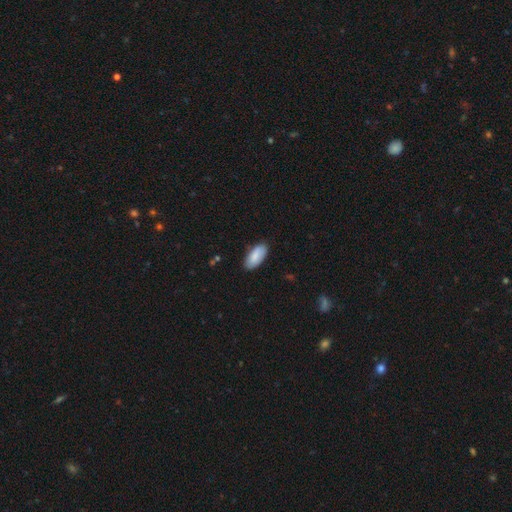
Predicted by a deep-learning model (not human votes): Smooth or featured: smooth — 86% (featured or disk — 8%)
How rounded: in between — 92% (cigar-shaped — 7%)
Merging: none — 84% (minor disturbance — 13%)